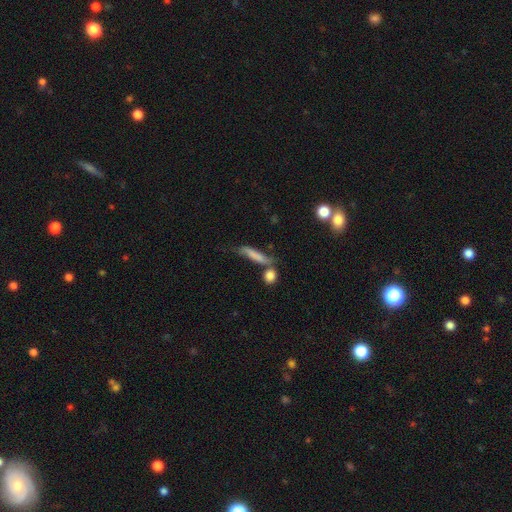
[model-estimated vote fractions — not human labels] Q: Smooth or featured?
A: smooth (65%); runner-up: featured or disk (26%)
Q: How rounded?
A: cigar-shaped (75%); runner-up: in between (19%)
Q: Merging?
A: none (48%); runner-up: minor disturbance (21%)